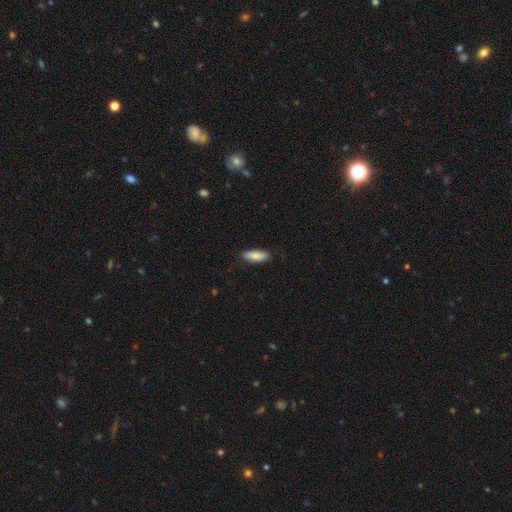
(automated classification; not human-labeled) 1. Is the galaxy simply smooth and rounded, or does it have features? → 85% smooth, 9% featured or disk, 6% star or artifact.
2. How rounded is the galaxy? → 64% in between, 34% cigar-shaped, 2% round.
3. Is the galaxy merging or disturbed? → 85% none, 12% minor disturbance, 2% major disturbance, 1% merger.